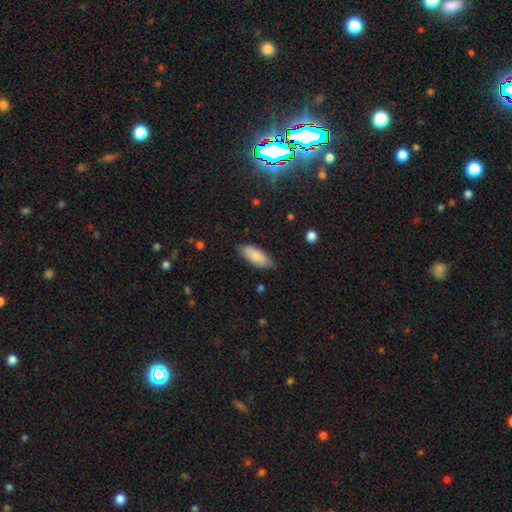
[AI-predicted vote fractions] This is clearly a smooth galaxy (85%). How rounded: likely in between (79%). Merging: clearly none (81%).